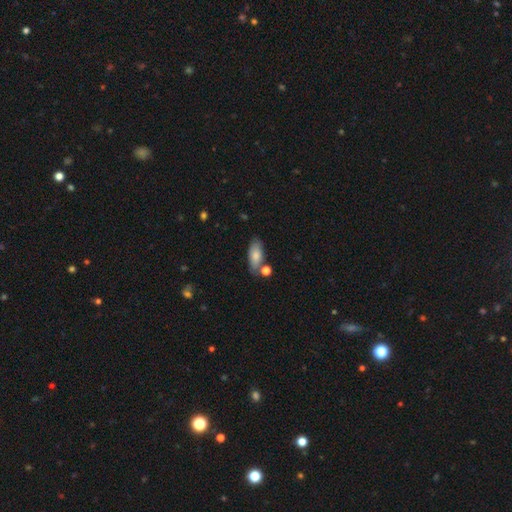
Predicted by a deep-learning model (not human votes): A smooth galaxy with no disk features (81%) that is in between round and cigar-shaped (83%). Merging: none (69%).